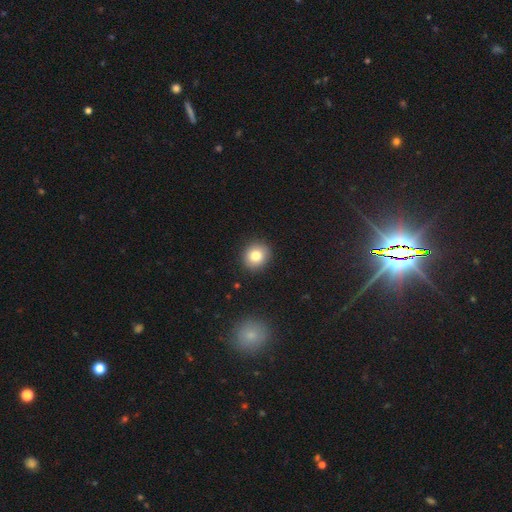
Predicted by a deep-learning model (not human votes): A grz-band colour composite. It shows a smooth galaxy with no disk features (82%) that is round (81%). Merging: none (90%).